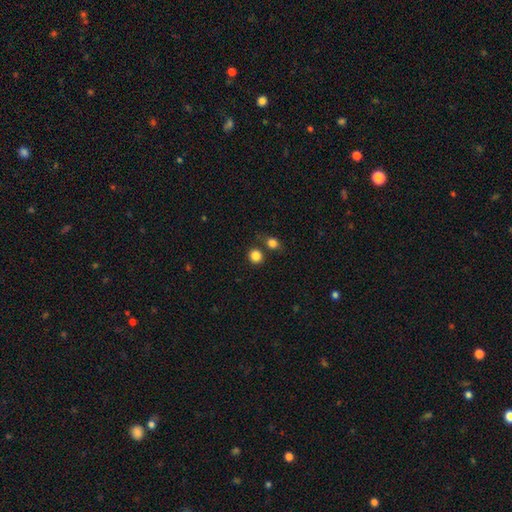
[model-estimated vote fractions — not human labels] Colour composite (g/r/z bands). It shows a smooth galaxy with no disk features (85%) that is round (83%). Merging: none (76%).